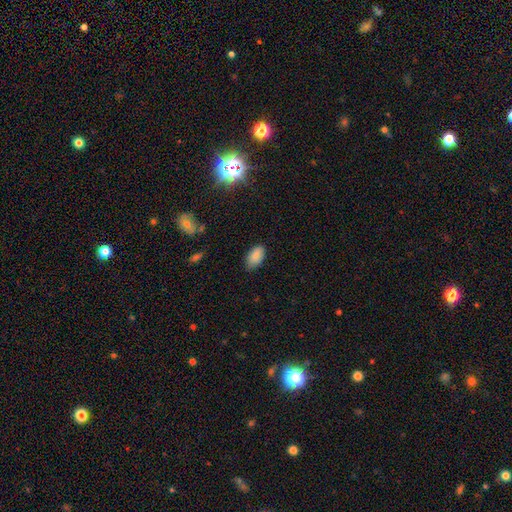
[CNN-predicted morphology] smooth 86%, star or artifact 8%, featured or disk 6%. Down the decision tree: how rounded — in between (94%); merging — none (77%).